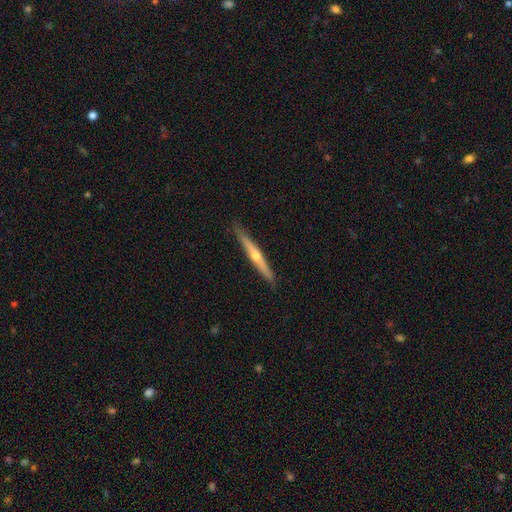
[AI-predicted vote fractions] Smooth or featured: featured or disk — 64% (smooth — 31%)
Edge-on disk: yes — 97% (no — 3%)
Edge-on bulge: rounded — 84% (none — 14%)
Merging: none — 89% (minor disturbance — 8%)